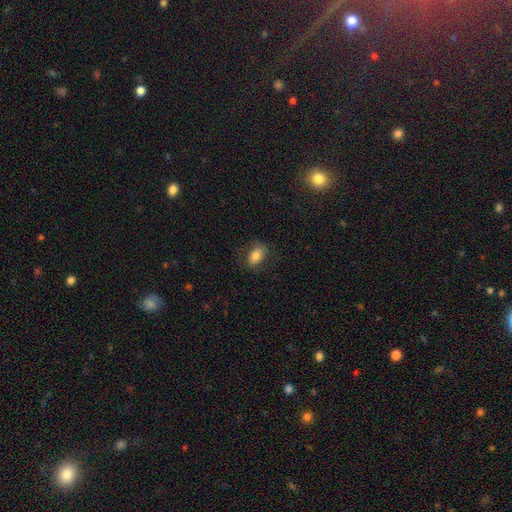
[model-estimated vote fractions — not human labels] Morphology: type=smooth (77%); roundness=in between (88%); merging=none (75%).